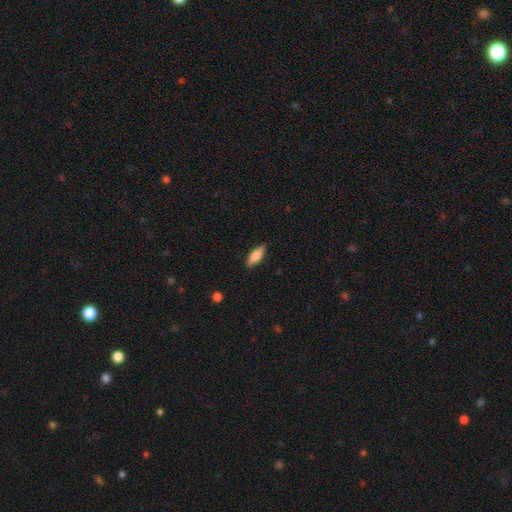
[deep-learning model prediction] smooth-or-featured: smooth: 79% | featured or disk: 15% | star or artifact: 6%
  how-rounded: in between: 66% | cigar-shaped: 32% | round: 2%
  merging: none: 87% | minor disturbance: 10% | major disturbance: 2% | merger: 1%